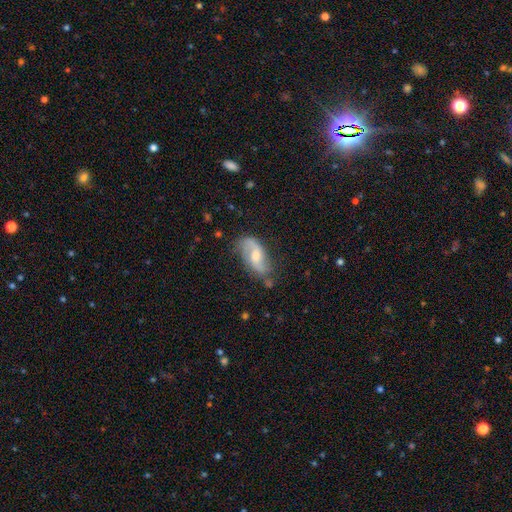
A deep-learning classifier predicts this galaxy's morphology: smooth-or-featured: featured or disk: 74% | smooth: 19% | star or artifact: 6%
  disk-edge-on: no: 93% | yes: 7%
    bar: no: 46% | weak: 41% | strong: 13%
    has-spiral-arms: yes: 92% | no: 8%
      spiral-winding: loose: 68% | medium: 24% | tight: 8%
      spiral-arm-count: 2: 88% | can't tell: 5% | 1: 4% | 3: 1% | 4: 1% | more than 4: 1%
    bulge-size: moderate: 59% | small: 35% | large: 3% | none: 2% | dominant: 1%
  merging: none: 70% | minor disturbance: 21% | major disturbance: 7% | merger: 3%